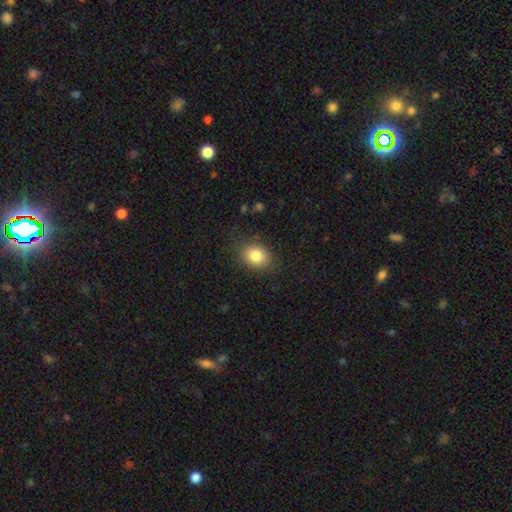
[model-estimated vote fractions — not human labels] A smooth galaxy with no disk features (83%) that is in between round and cigar-shaped (54%).

Vote fractions:
- Smooth or featured? smooth: 83% / star or artifact: 9% / featured or disk: 8%
- How rounded? in between: 54% / round: 45% / cigar-shaped: 1%
- Merging? none: 83% / minor disturbance: 12% / major disturbance: 4% / merger: 1%